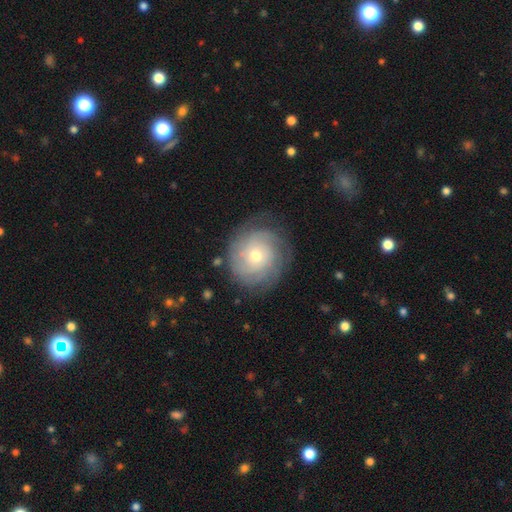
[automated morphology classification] Smooth or featured? Predicted: featured or disk (p=0.67). Edge-on disk? Predicted: no (p=0.97). Bar? Predicted: no (p=0.83). Spiral arms? Predicted: yes (p=0.86). Spiral winding? Predicted: tight (p=0.74). Spiral arm count? Predicted: can't tell (p=0.51). Bulge size? Predicted: moderate (p=0.49). Merging? Predicted: none (p=0.75).